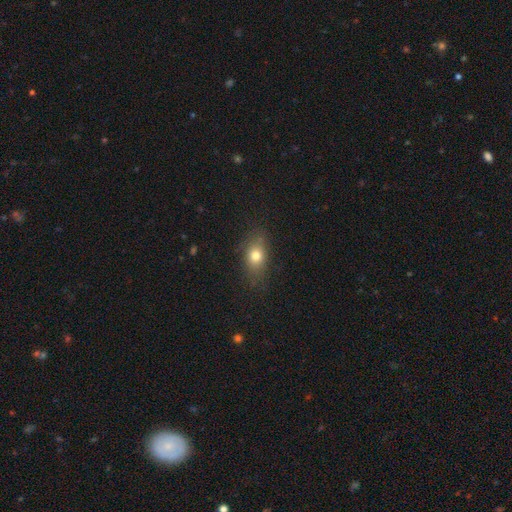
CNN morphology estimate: A smooth galaxy with no disk features (75%) that is in between round and cigar-shaped (67%). Merging: none (77%).